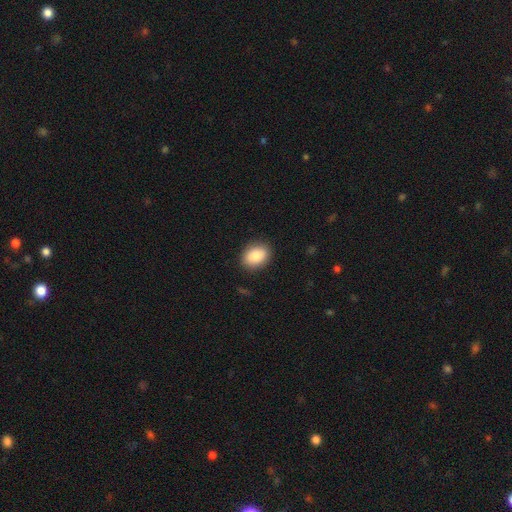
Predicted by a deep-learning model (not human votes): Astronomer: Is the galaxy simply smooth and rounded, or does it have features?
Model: smooth — 84%.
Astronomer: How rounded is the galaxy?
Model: in between — 66%.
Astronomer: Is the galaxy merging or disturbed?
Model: none — 88%.